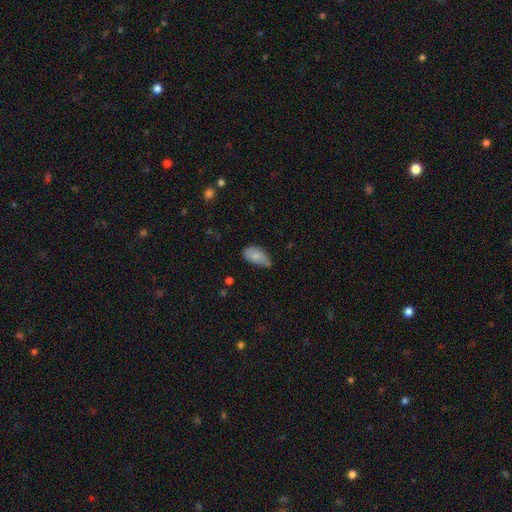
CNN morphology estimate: Q: Smooth or featured?
A: smooth (81%); runner-up: featured or disk (11%)
Q: How rounded?
A: in between (93%); runner-up: round (4%)
Q: Merging?
A: minor disturbance (47%); runner-up: none (38%)